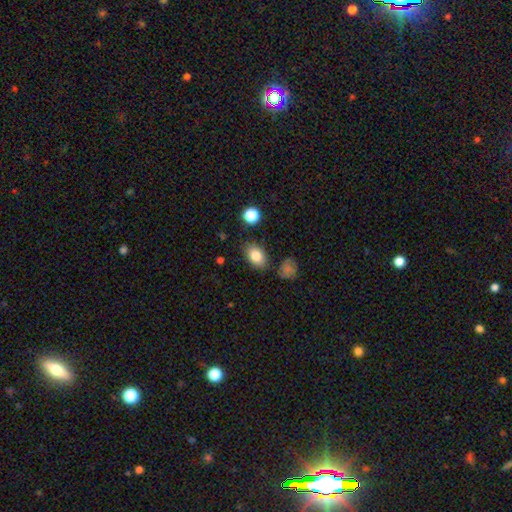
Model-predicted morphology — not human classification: Smooth or featured? Predicted: smooth (p=0.81). How rounded? Predicted: in between (p=0.82). Merging? Predicted: none (p=0.82).